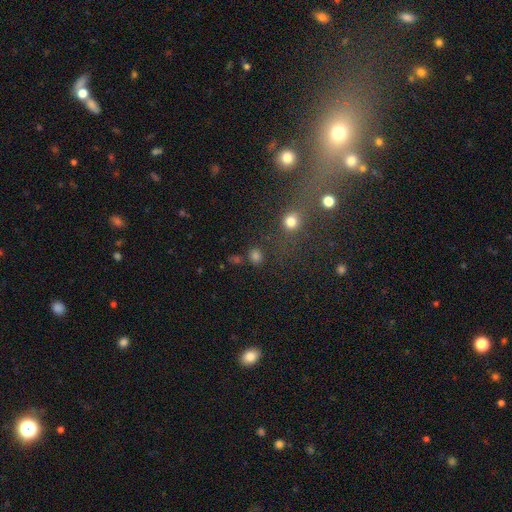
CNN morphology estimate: smooth 68%, star or artifact 26%, featured or disk 6%. Down the decision tree: how rounded — round (77%); merging — none (74%).